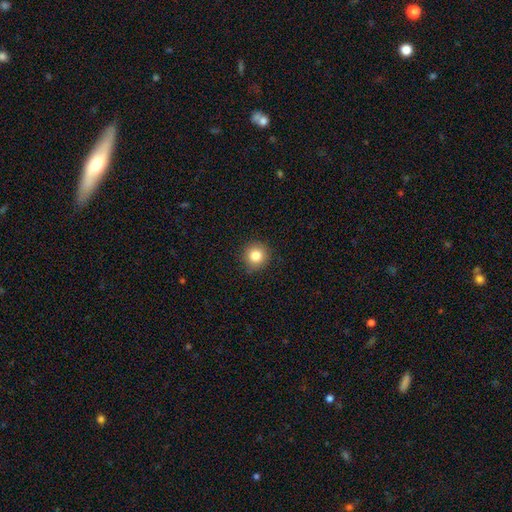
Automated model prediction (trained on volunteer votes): Smooth or featured? smooth (83%)
How rounded? round (92%)
Merging? none (88%)